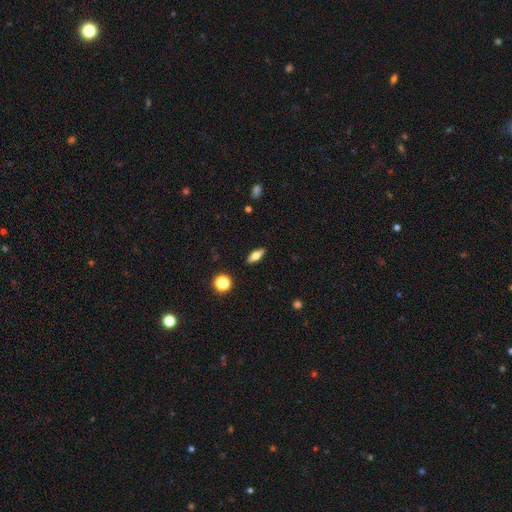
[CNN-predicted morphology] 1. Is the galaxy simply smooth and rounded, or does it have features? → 54% smooth, 37% featured or disk, 9% star or artifact.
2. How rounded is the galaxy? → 65% in between, 30% cigar-shaped, 5% round.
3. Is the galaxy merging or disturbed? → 89% none, 8% minor disturbance, 2% major disturbance, 1% merger.